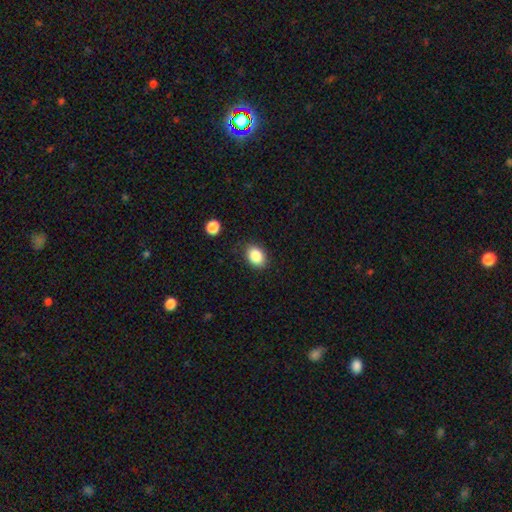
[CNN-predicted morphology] Smooth or featured? Predicted: smooth (p=0.87). How rounded? Predicted: in between (p=0.71). Merging? Predicted: none (p=0.83).